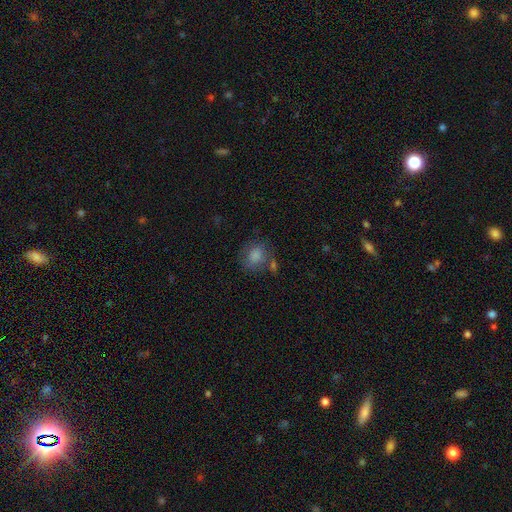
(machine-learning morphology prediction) Smooth or featured: smooth — 82% (featured or disk — 9%)
How rounded: round — 65% (in between — 34%)
Merging: none — 60% (minor disturbance — 19%)